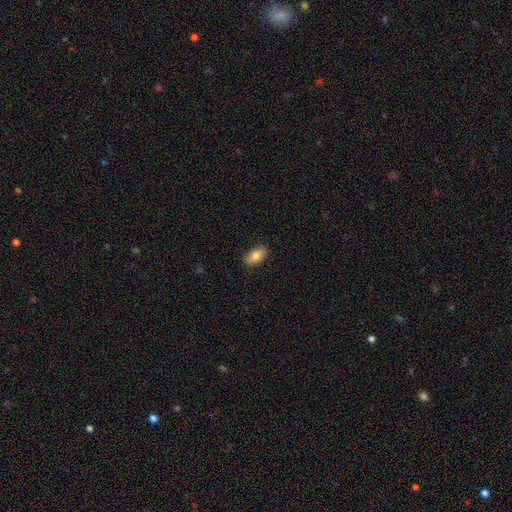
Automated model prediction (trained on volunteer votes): A smooth galaxy with no disk features (80%) that is in between round and cigar-shaped (91%).

Vote fractions:
- Smooth or featured? smooth: 80% / featured or disk: 13% / star or artifact: 7%
- How rounded? in between: 91% / cigar-shaped: 4% / round: 4%
- Merging? none: 87% / minor disturbance: 10% / major disturbance: 2% / merger: 1%